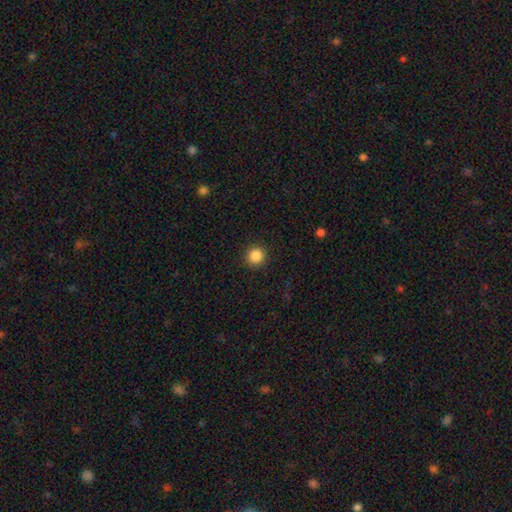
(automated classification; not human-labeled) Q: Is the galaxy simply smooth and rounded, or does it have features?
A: smooth — 86%.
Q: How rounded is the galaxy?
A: round — 94%.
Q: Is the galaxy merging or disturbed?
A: none — 92%.